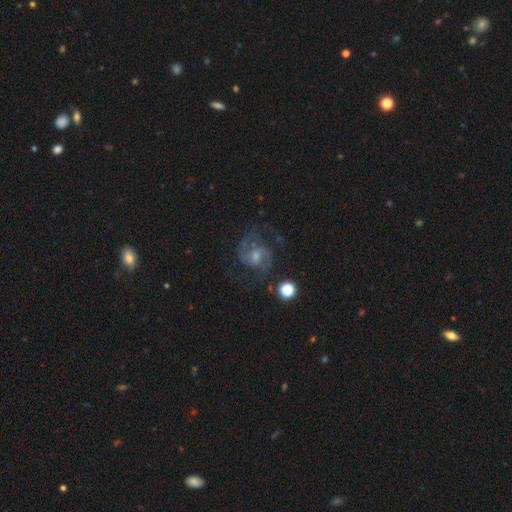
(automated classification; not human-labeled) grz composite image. It shows a featured or disk galaxy (83%) with a weak bar (49%), 2 (84%) medium (59%) spiral arms (97%) and a small central bulge (45%). Merging: none (73%).